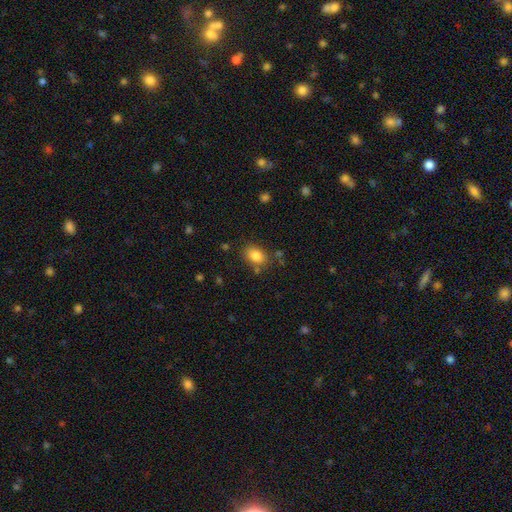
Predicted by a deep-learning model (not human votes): This appears to be a smooth galaxy with no disk features (84%) that is in between round and cigar-shaped (73%). Merging: none (78%).